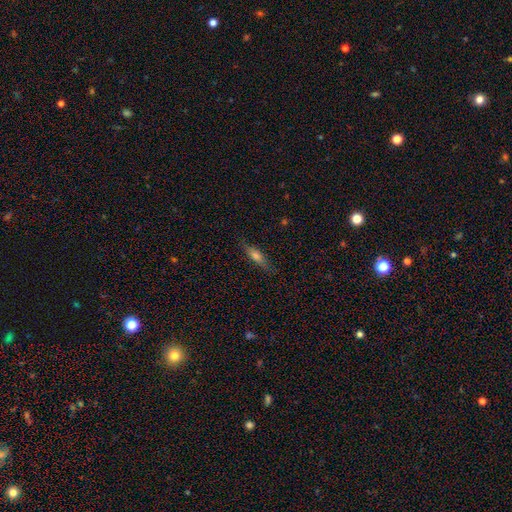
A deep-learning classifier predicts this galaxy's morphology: A smooth galaxy with no disk features (52%) that is cigar-shaped (65%). Merging: none (82%).